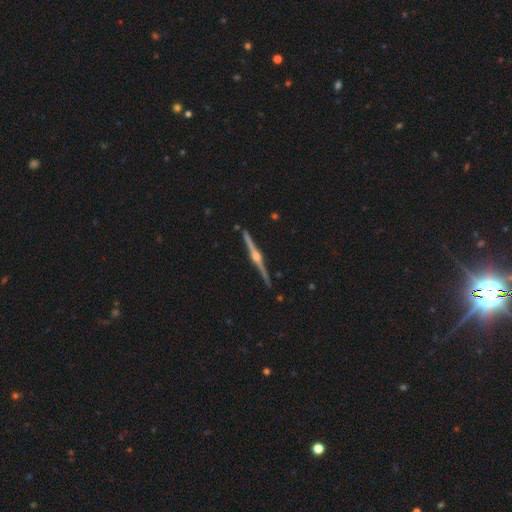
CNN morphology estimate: smooth_or_featured: featured or disk (p=0.90) [alt: smooth p=0.05]
disk_edge_on: yes (p=0.99) [alt: no p=0.01]
edge_on_bulge: rounded (p=0.94) [alt: boxy p=0.04]
merging: none (p=0.92) [alt: minor disturbance p=0.06]